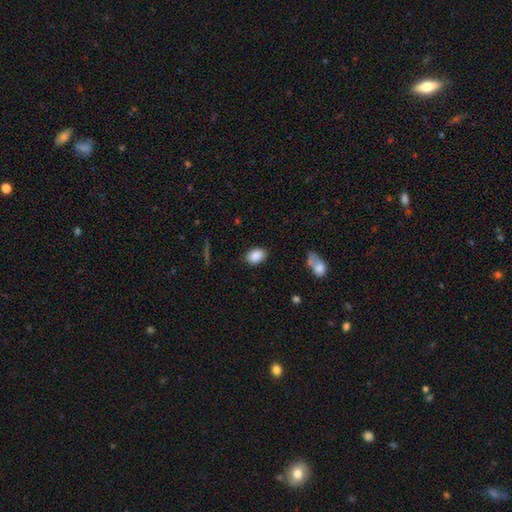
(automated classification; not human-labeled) Smooth or featured?
  - smooth: 88% *
  - star or artifact: 8%
  - featured or disk: 5%
How rounded?
  - in between: 81% *
  - round: 18%
  - cigar-shaped: 1%
Merging?
  - none: 85% *
  - minor disturbance: 11%
  - major disturbance: 3%
  - merger: 2%